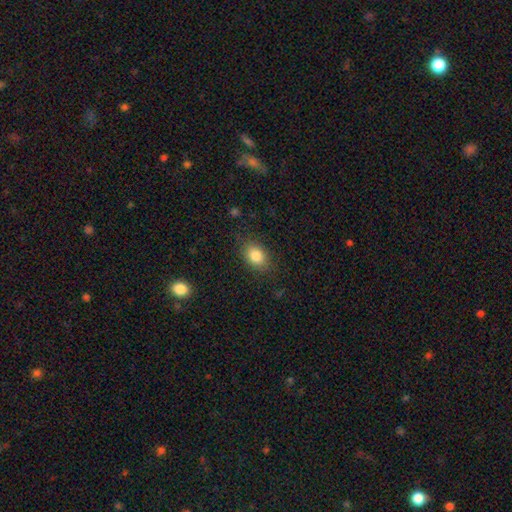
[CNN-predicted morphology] Smooth or featured: smooth — 84% (star or artifact — 9%)
How rounded: in between — 77% (round — 22%)
Merging: none — 82% (minor disturbance — 13%)